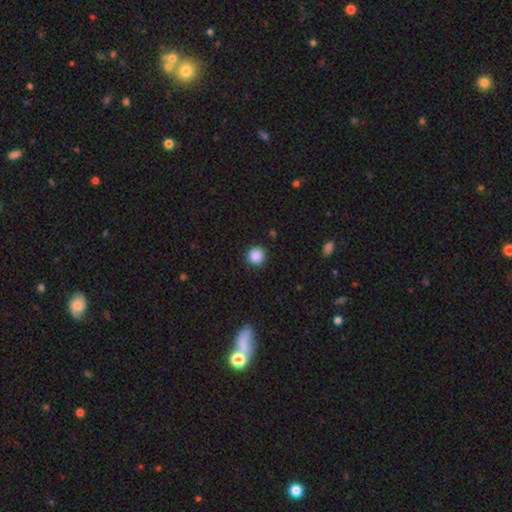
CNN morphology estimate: A smooth galaxy with no disk features (87%) that is round (94%).

Vote fractions:
- Smooth or featured? smooth: 87% / star or artifact: 10% / featured or disk: 3%
- How rounded? round: 94% / in between: 5% / cigar-shaped: 1%
- Merging? none: 90% / minor disturbance: 7% / major disturbance: 2% / merger: 1%